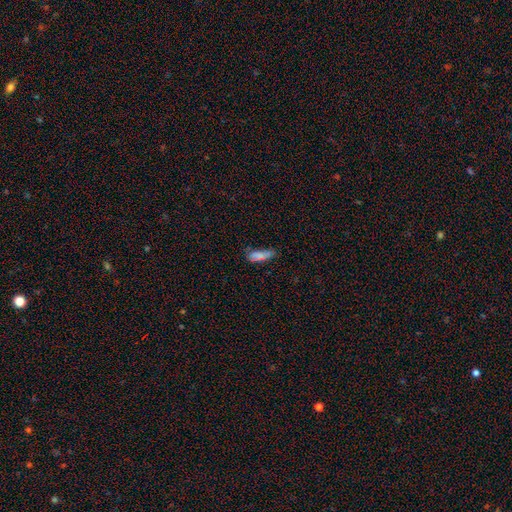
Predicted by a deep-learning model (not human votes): Smooth or featured?
  - smooth: 69% *
  - star or artifact: 16%
  - featured or disk: 15%
How rounded?
  - in between: 56% *
  - cigar-shaped: 40%
  - round: 4%
Merging?
  - none: 49% *
  - minor disturbance: 29%
  - major disturbance: 14%
  - merger: 7%